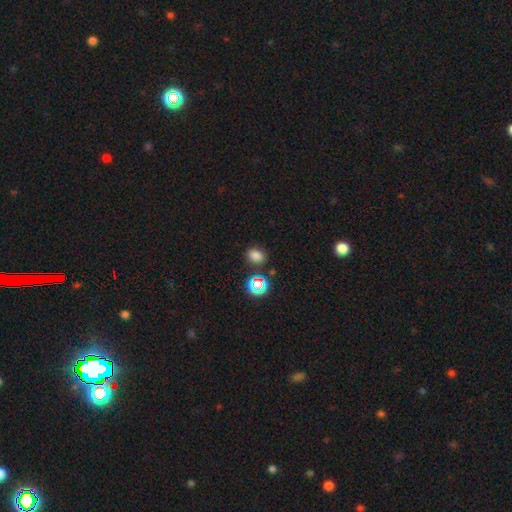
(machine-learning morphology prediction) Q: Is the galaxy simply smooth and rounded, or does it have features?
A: smooth — 75%.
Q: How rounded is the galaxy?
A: in between — 60%.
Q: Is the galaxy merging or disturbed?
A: none — 81%.